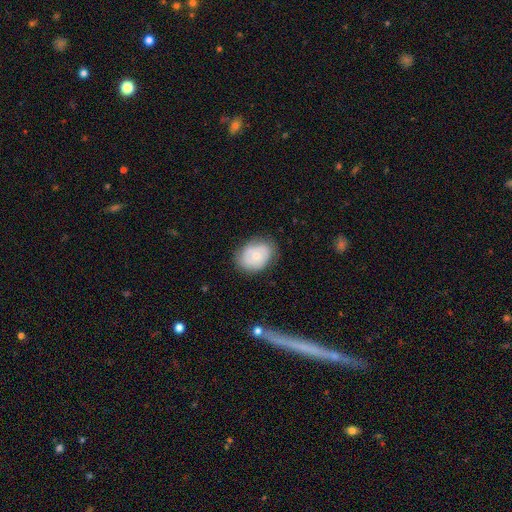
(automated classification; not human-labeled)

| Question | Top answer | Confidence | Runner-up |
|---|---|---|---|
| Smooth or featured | smooth | 56% | featured or disk (37%) |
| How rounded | in between | 60% | round (39%) |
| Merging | none | 75% | minor disturbance (19%) |